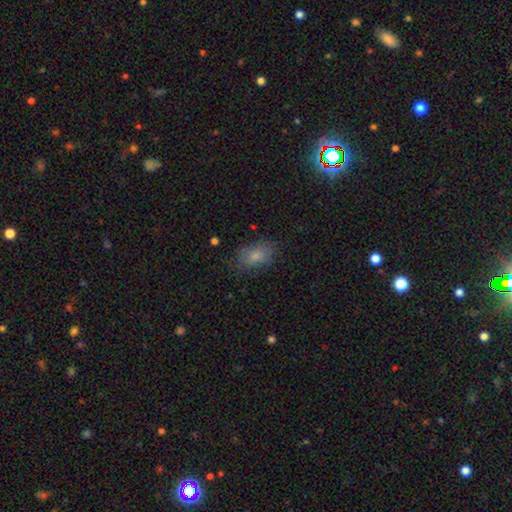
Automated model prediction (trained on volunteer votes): A smooth galaxy with no disk features (81%) that is in between round and cigar-shaped (86%).

Vote fractions:
- Smooth or featured? smooth: 81% / featured or disk: 10% / star or artifact: 10%
- How rounded? in between: 86% / round: 11% / cigar-shaped: 2%
- Merging? none: 76% / minor disturbance: 17% / major disturbance: 5% / merger: 1%